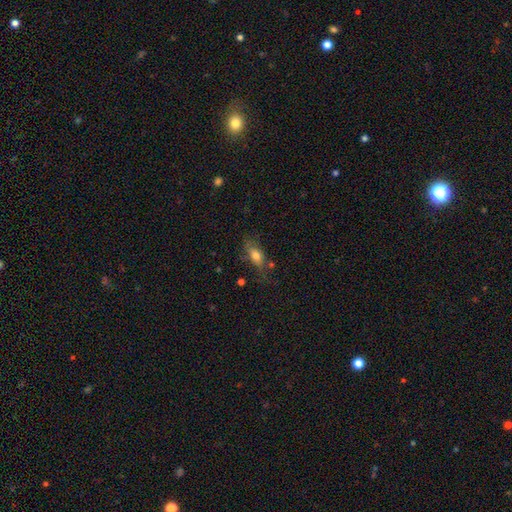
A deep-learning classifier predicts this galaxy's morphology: This appears to be a smooth galaxy with no disk features (67%) that is in between round and cigar-shaped (70%). Merging: none (57%).